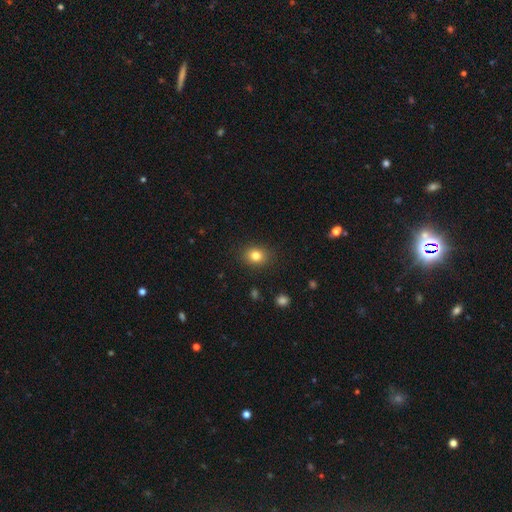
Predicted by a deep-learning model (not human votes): This is clearly a smooth galaxy (82%). How rounded: possibly round (58%). Merging: clearly none (88%).